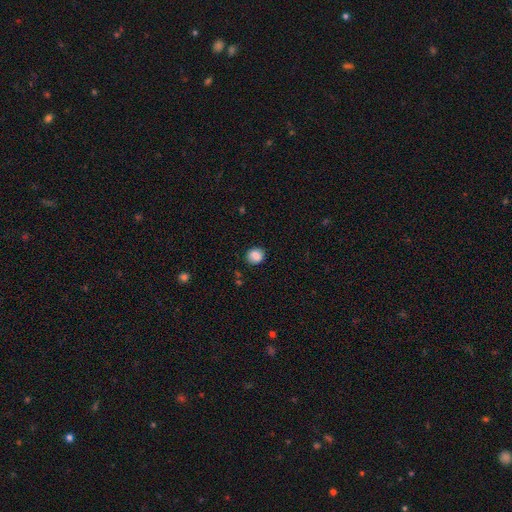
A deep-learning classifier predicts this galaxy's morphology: A smooth galaxy with no disk features (84%) that is round (73%). Merging: none (85%).